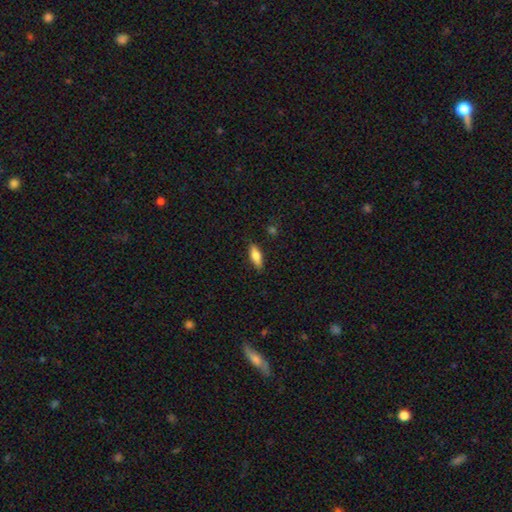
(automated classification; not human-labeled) Smooth or featured? Predicted: smooth (p=0.76). How rounded? Predicted: in between (p=0.62). Merging? Predicted: none (p=0.85).